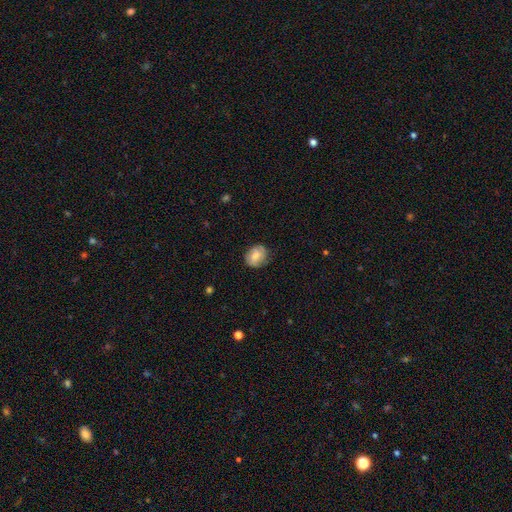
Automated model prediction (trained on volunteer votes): The model was most divided on "how rounded": round: 61%, in between: 38%, cigar-shaped: 1%. More confident: merging — none (75%); smooth or featured — smooth (70%).